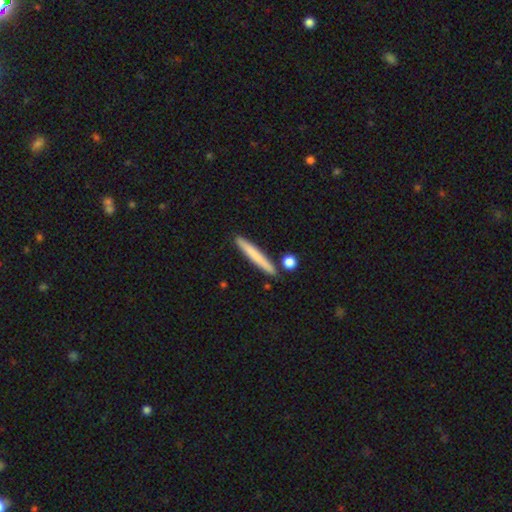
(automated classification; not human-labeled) smooth-or-featured: smooth: 73% | featured or disk: 21% | star or artifact: 6%
  how-rounded: cigar-shaped: 96% | in between: 3% | round: 1%
  merging: none: 86% | minor disturbance: 8% | merger: 5% | major disturbance: 2%